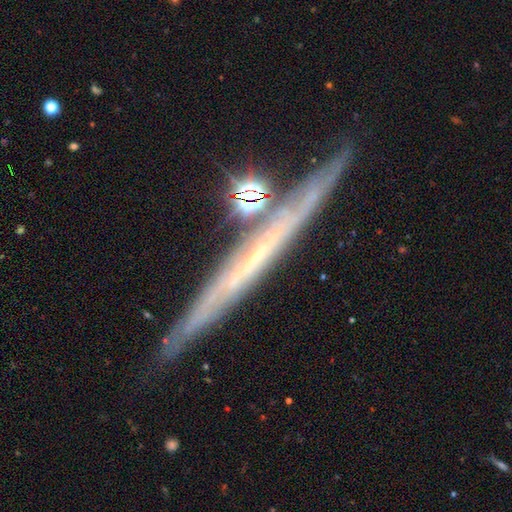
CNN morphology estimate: This is likely a featured or disk galaxy (71%). It is clearly viewed edge-on (92%). Edge-on bulge: clearly none (83%). Merging: likely none (79%).